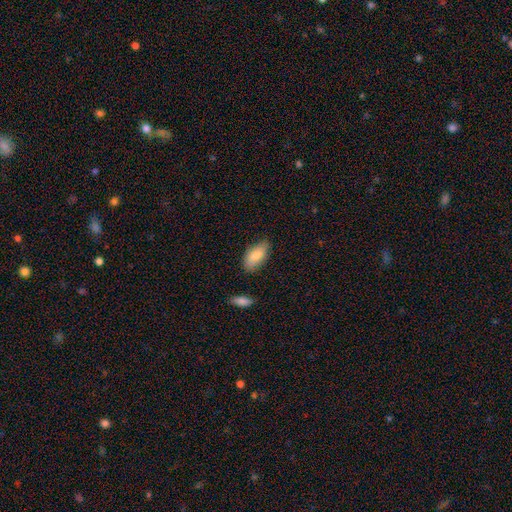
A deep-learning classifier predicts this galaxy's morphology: The model was most divided on "merging": none: 75%, minor disturbance: 19%, major disturbance: 3%, merger: 2%. More confident: how rounded — in between (92%); smooth or featured — smooth (83%).